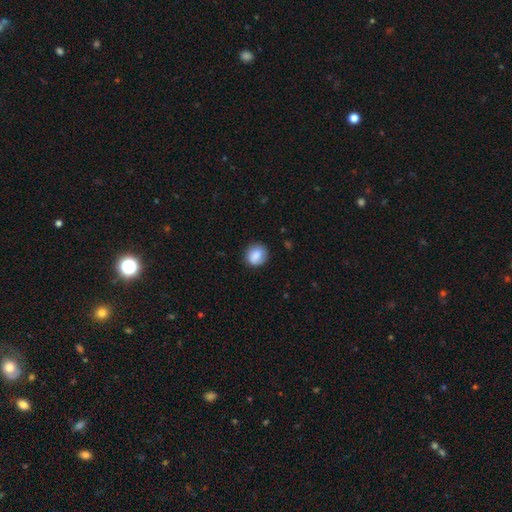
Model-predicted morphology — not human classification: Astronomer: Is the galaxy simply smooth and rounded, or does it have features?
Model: smooth — 80%.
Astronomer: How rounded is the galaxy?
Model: round — 81%.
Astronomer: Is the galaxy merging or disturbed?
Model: none — 80%.